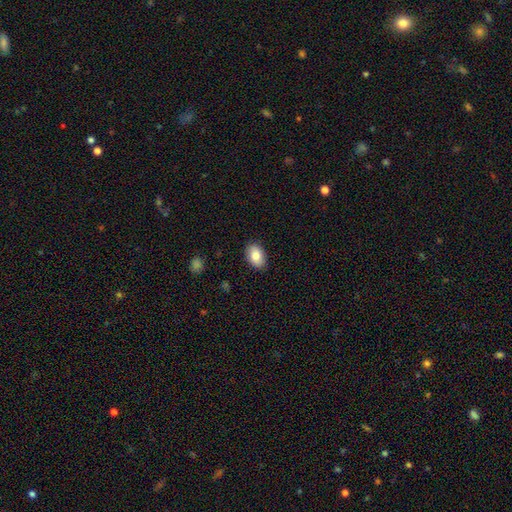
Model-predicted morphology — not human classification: smooth_or_featured: smooth (p=0.83) [alt: featured or disk p=0.10]
how_rounded: in between (p=0.88) [alt: round p=0.11]
merging: none (p=0.88) [alt: minor disturbance p=0.09]